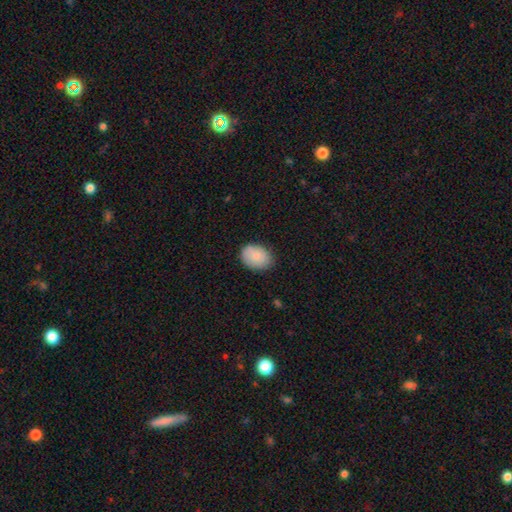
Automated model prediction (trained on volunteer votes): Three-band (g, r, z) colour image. It shows a smooth galaxy with no disk features (86%) that is in between round and cigar-shaped (75%). Merging: none (81%).